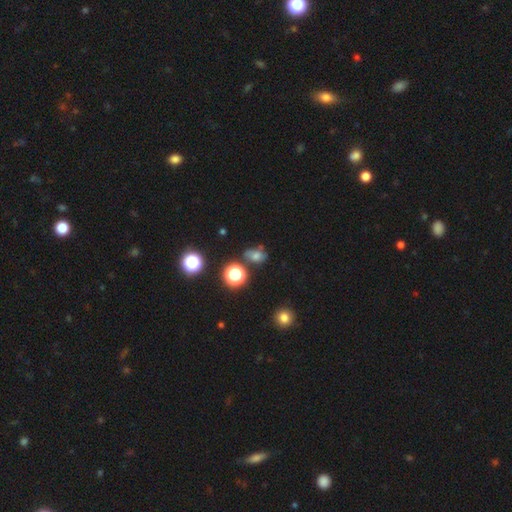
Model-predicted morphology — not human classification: Smooth or featured? Predicted: smooth (p=0.52). How rounded? Predicted: in between (p=0.53). Merging? Predicted: none (p=0.61).